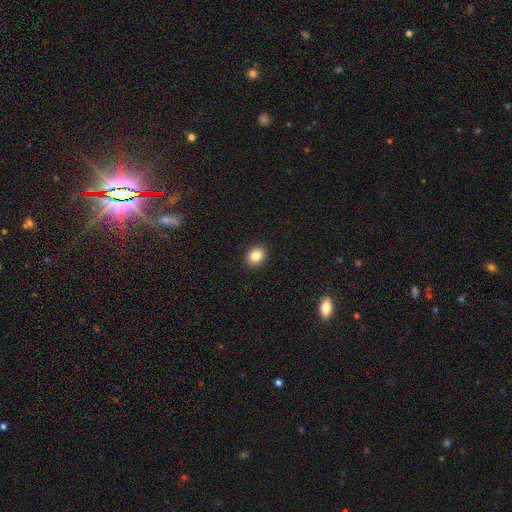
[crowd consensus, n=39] Smooth or featured?
  - smooth: 90% *
  - star or artifact: 8%
  - featured or disk: 3%
How rounded?
  - in between: 51% *
  - round: 49%
  - cigar-shaped: 0%
Merging?
  - none: 75% *
  - minor disturbance: 25%
  - major disturbance: 0%
  - merger: 0%